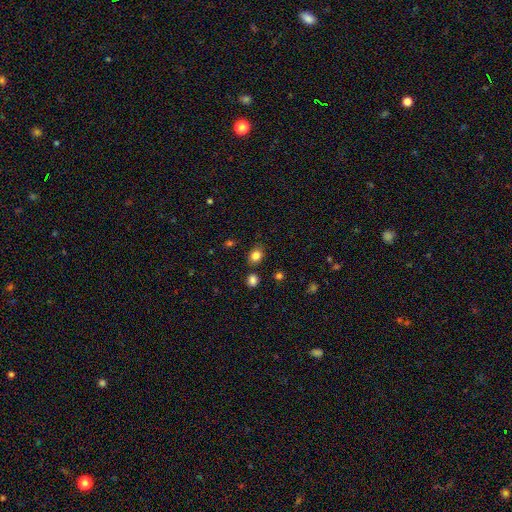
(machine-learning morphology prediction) A smooth galaxy with no disk features (83%) that is round (53%).

Vote fractions:
- Smooth or featured? smooth: 83% / star or artifact: 12% / featured or disk: 5%
- How rounded? round: 53% / in between: 46% / cigar-shaped: 1%
- Merging? none: 80% / minor disturbance: 12% / merger: 5% / major disturbance: 3%